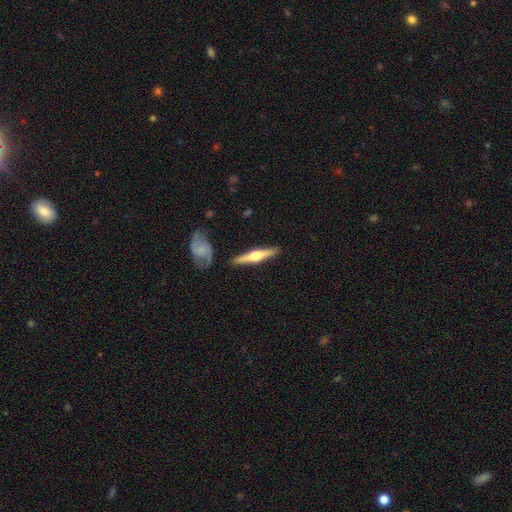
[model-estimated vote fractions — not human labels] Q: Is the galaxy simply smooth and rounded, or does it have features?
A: featured or disk — 70%.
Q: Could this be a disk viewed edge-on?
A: yes — 97%.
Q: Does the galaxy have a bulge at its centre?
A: rounded — 93%.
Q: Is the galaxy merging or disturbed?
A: none — 88%.